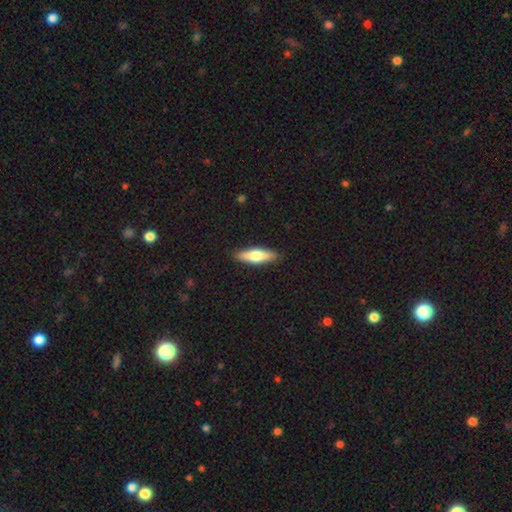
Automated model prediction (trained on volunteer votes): smooth-or-featured: smooth: 55% | featured or disk: 39% | star or artifact: 5%
  how-rounded: cigar-shaped: 62% | in between: 36% | round: 2%
  merging: none: 90% | minor disturbance: 7% | major disturbance: 2% | merger: 1%